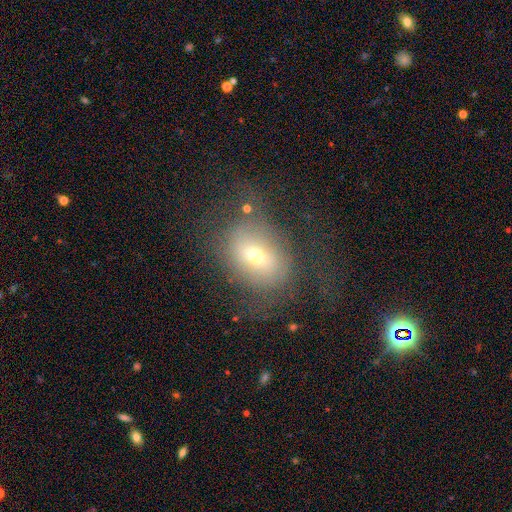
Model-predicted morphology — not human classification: smooth 54%, featured or disk 31%, star or artifact 14%. Down the decision tree: how rounded — in between (60%); merging — none (48%).